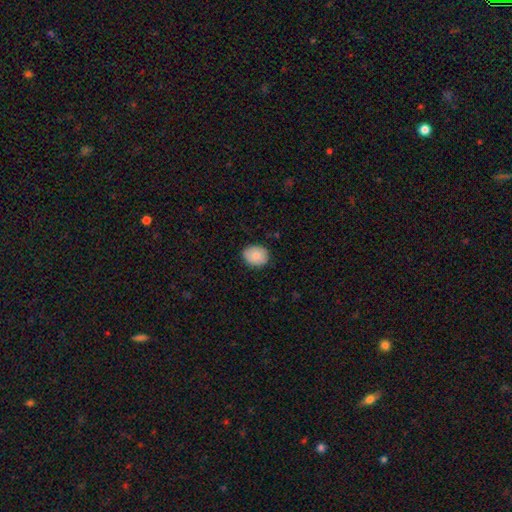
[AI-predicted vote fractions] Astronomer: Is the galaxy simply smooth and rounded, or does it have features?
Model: smooth — 87%.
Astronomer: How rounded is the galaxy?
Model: round — 58% (runner-up: in between, 41%).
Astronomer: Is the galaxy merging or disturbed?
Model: none — 84%.